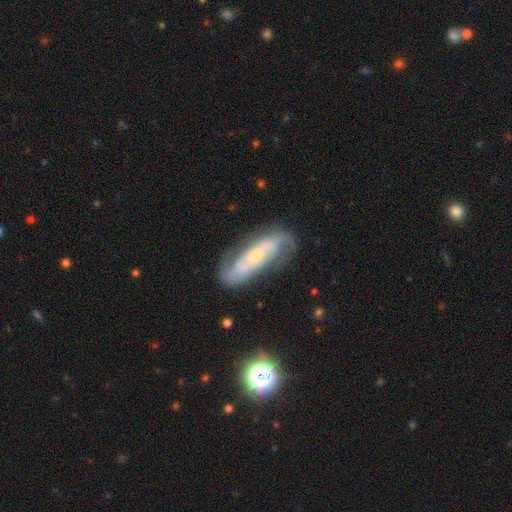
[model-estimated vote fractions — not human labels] Overall: featured or disk (76%). Edge-on disk: no (86%). Bar: no (56%; weak 25%). Spiral arms: yes (87%). Spiral arm count: 2 (74%). Spiral winding: medium (39%; tight 34%). Bulge size: small (67%; moderate 29%). Merging: none (70%).